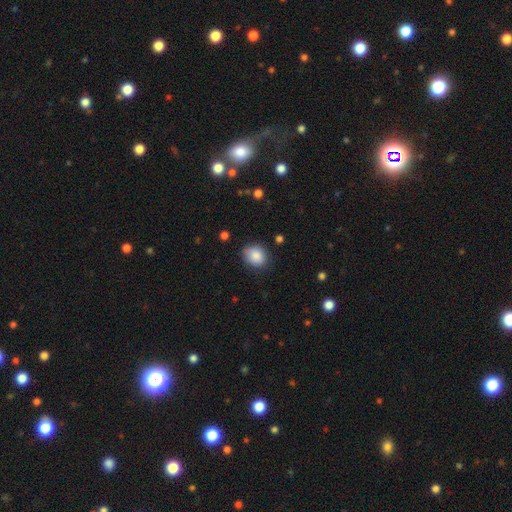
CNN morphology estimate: The model was most divided on "how rounded": round: 54%, in between: 45%, cigar-shaped: 1%. More confident: smooth or featured — smooth (86%); merging — none (76%).